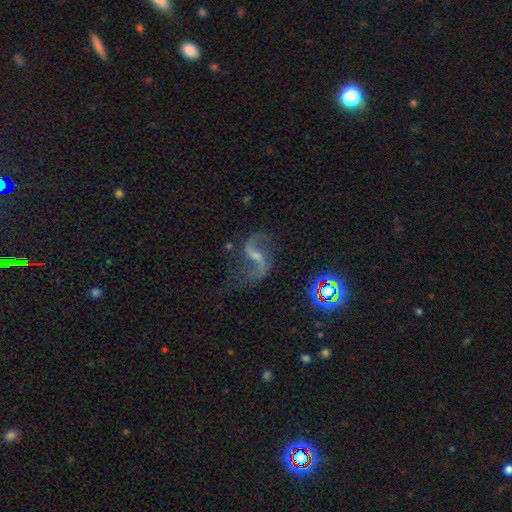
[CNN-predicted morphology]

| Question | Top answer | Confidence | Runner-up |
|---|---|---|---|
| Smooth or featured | featured or disk | 84% | star or artifact (11%) |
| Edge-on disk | no | 97% | yes (3%) |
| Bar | weak | 47% | strong (32%) |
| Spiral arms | yes | 96% | no (4%) |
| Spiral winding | loose | 81% | medium (15%) |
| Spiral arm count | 2 | 91% | 1 (3%) |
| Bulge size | small | 59% | moderate (20%) |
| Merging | none | 68% | minor disturbance (16%) |